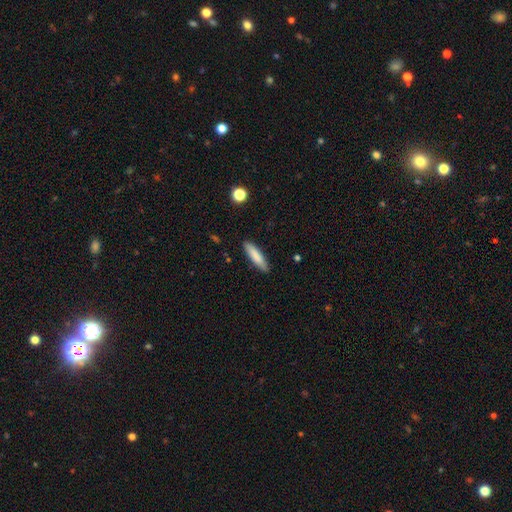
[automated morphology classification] type=smooth (83%); roundness=cigar-shaped (76%); merging=none (87%).